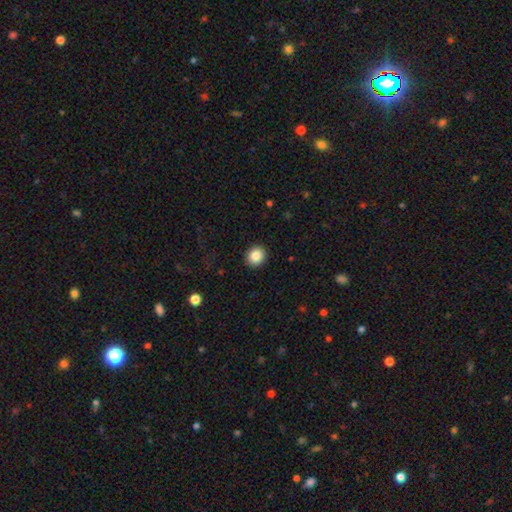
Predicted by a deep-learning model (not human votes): Smooth or featured?
  - smooth: 86% *
  - star or artifact: 9%
  - featured or disk: 5%
How rounded?
  - round: 79% *
  - in between: 20%
  - cigar-shaped: 1%
Merging?
  - none: 92% *
  - minor disturbance: 5%
  - major disturbance: 2%
  - merger: 1%